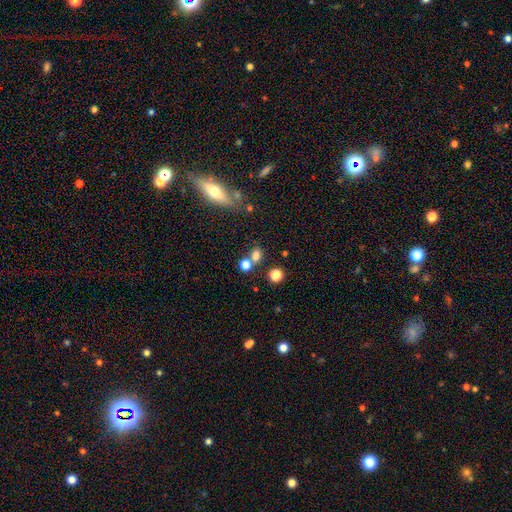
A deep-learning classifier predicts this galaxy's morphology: smooth 73%, star or artifact 17%, featured or disk 10%. Down the decision tree: how rounded — round (55%); merging — none (57%).